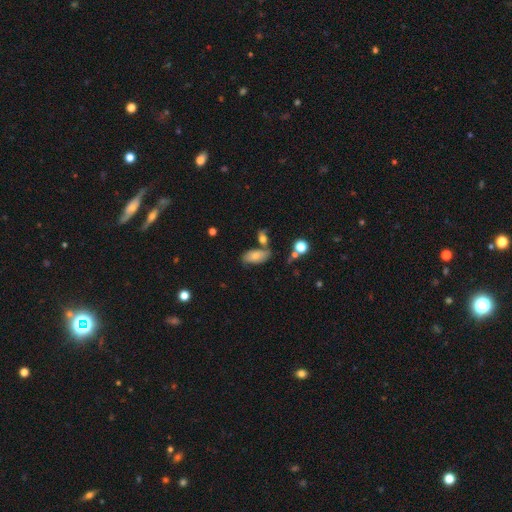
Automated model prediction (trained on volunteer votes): Smooth or featured?
  - smooth: 70% *
  - featured or disk: 21%
  - star or artifact: 10%
How rounded?
  - in between: 88% *
  - cigar-shaped: 7%
  - round: 5%
Merging?
  - none: 56% *
  - merger: 19%
  - minor disturbance: 18%
  - major disturbance: 6%